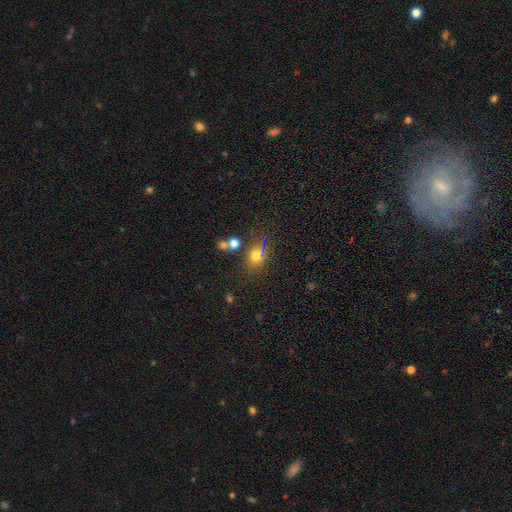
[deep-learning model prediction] Morphology: type=smooth (65%); roundness=round (53%); merging=none (67%).